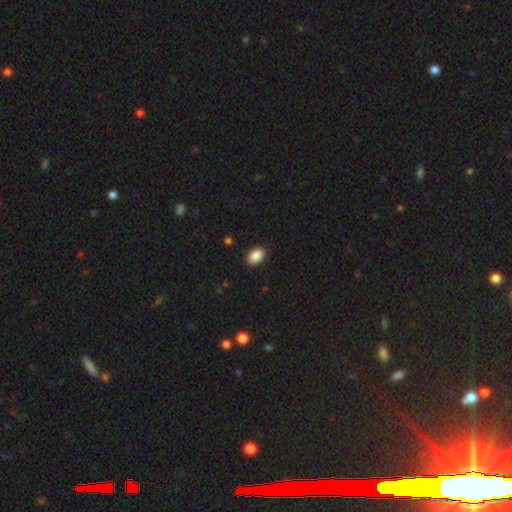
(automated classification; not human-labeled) Smooth or featured: smooth — 89% (star or artifact — 8%)
How rounded: in between — 88% (round — 11%)
Merging: none — 90% (minor disturbance — 7%)